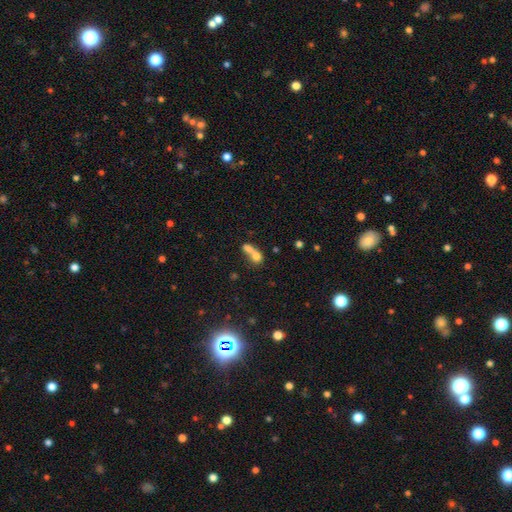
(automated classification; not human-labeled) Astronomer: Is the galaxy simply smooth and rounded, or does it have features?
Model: smooth — 69%.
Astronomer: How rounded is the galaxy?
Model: round — 47% (runner-up: in between, 44%).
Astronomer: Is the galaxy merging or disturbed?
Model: merger — 64%.